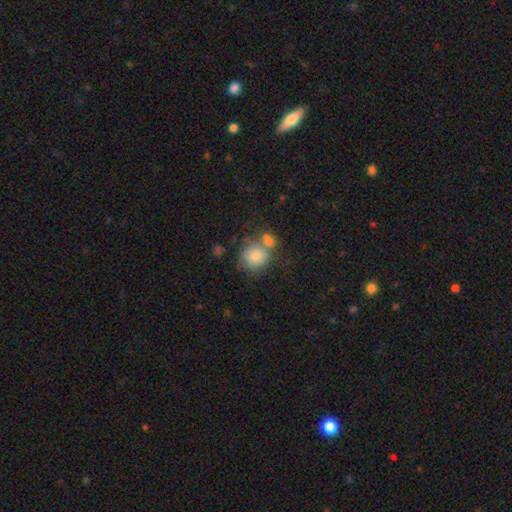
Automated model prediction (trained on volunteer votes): Overall: smooth (79%). How rounded: round (80%). Merging: none (50%; merger 31%).